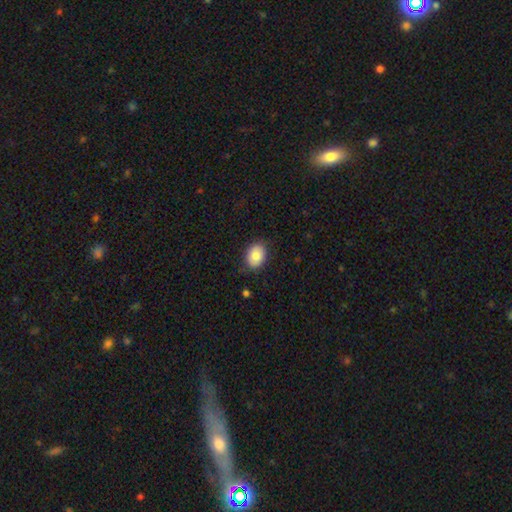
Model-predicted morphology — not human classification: smooth 84%, featured or disk 9%, star or artifact 8%. Down the decision tree: how rounded — in between (69%); merging — none (84%).